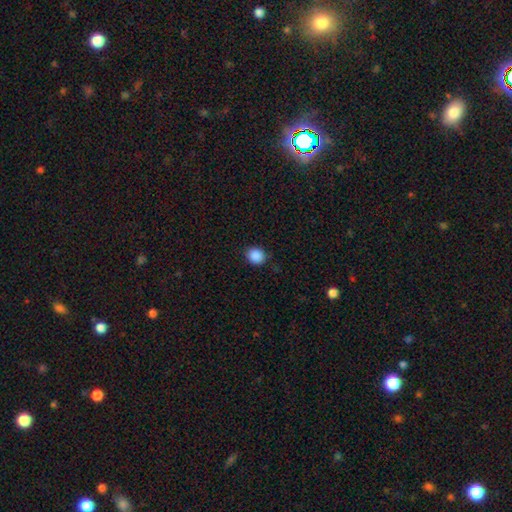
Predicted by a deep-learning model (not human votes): smooth 88%, star or artifact 9%, featured or disk 2%. Down the decision tree: how rounded — round (79%); merging — none (87%).